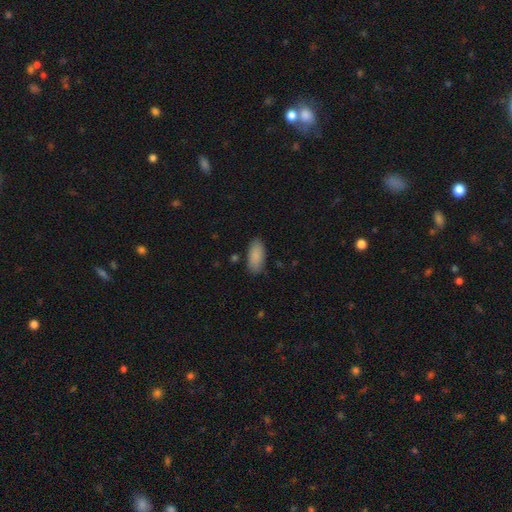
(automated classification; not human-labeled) Q: Smooth or featured?
A: smooth (88%); runner-up: star or artifact (6%)
Q: How rounded?
A: in between (91%); runner-up: cigar-shaped (7%)
Q: Merging?
A: none (84%); runner-up: minor disturbance (12%)